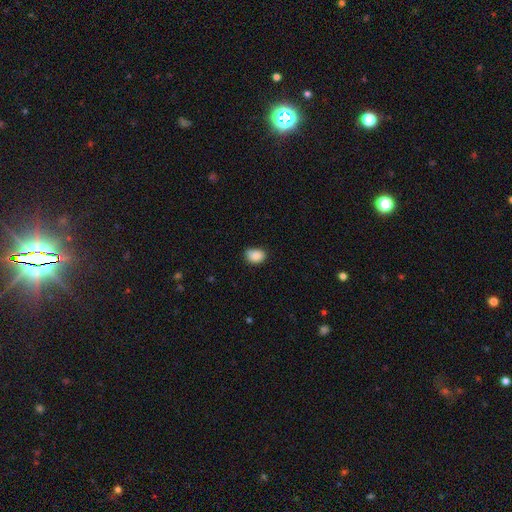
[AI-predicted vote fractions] Smooth or featured?
  - smooth: 87% *
  - star or artifact: 8%
  - featured or disk: 5%
How rounded?
  - in between: 67% *
  - round: 32%
  - cigar-shaped: 1%
Merging?
  - none: 71% *
  - minor disturbance: 24%
  - major disturbance: 3%
  - merger: 1%